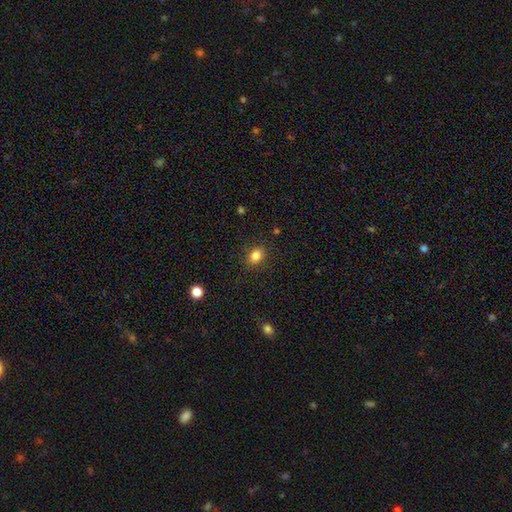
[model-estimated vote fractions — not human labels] A smooth galaxy with no disk features (84%) that is in between round and cigar-shaped (61%).

Vote fractions:
- Smooth or featured? smooth: 84% / star or artifact: 11% / featured or disk: 5%
- How rounded? in between: 61% / round: 38% / cigar-shaped: 1%
- Merging? none: 88% / minor disturbance: 9% / major disturbance: 3% / merger: 1%